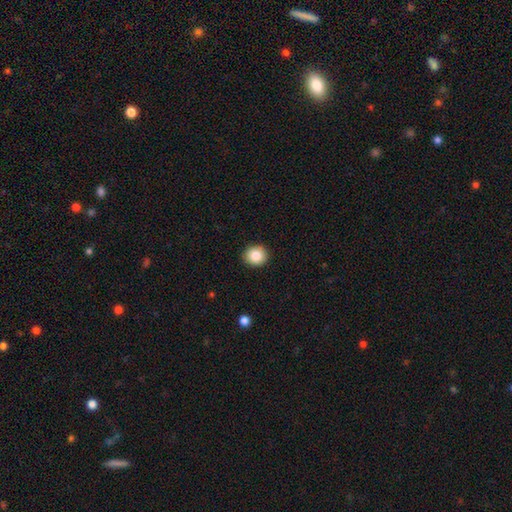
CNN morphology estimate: Smooth or featured: smooth — 85% (star or artifact — 9%)
How rounded: round — 86% (in between — 13%)
Merging: none — 91% (minor disturbance — 6%)